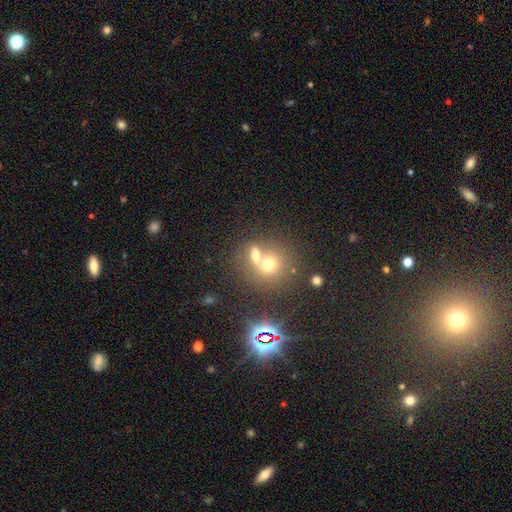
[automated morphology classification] Smooth or featured?
  - smooth: 65% *
  - featured or disk: 18%
  - star or artifact: 17%
How rounded?
  - round: 63% *
  - in between: 35%
  - cigar-shaped: 2%
Merging?
  - merger: 56% *
  - none: 33%
  - minor disturbance: 7%
  - major disturbance: 4%